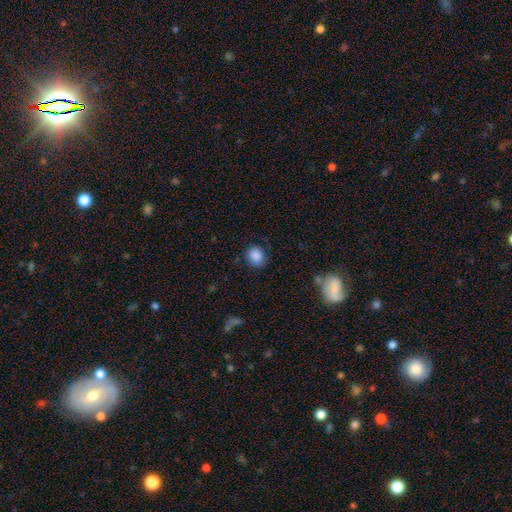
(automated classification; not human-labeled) smooth-or-featured: smooth: 87% | star or artifact: 9% | featured or disk: 4%
  how-rounded: round: 67% | in between: 32% | cigar-shaped: 1%
  merging: none: 80% | minor disturbance: 15% | major disturbance: 4% | merger: 1%